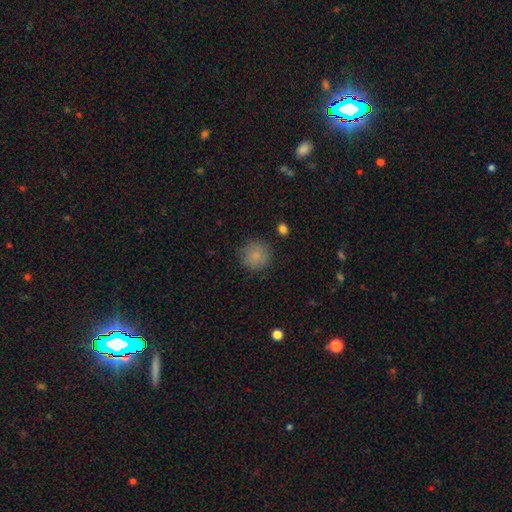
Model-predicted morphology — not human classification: A smooth galaxy with no disk features (84%) that is round (94%). Merging: none (86%).